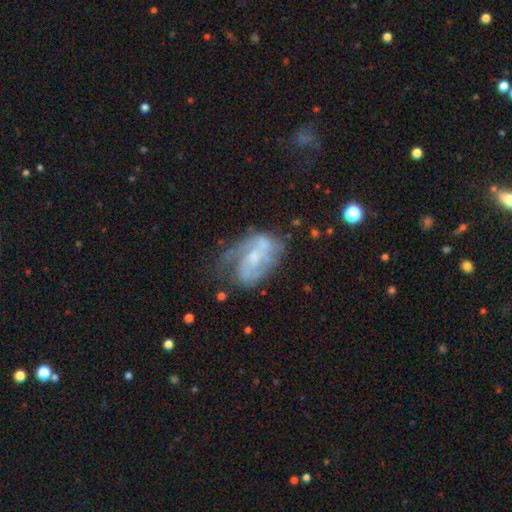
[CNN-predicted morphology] Smooth or featured: featured or disk — 73% (smooth — 19%)
Edge-on disk: no — 96% (yes — 4%)
Bar: no — 57% (weak — 35%)
Spiral arms: yes — 75% (no — 25%)
Spiral winding: medium — 41% (tight — 38%)
Spiral arm count: 2 — 40% (can't tell — 32%)
Bulge size: small — 43% (moderate — 37%)
Merging: none — 43% (minor disturbance — 26%)